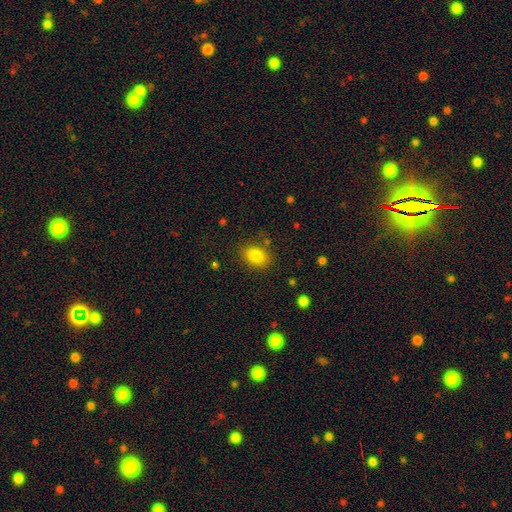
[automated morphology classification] type=smooth (84%); roundness=in between (77%); merging=none (82%).